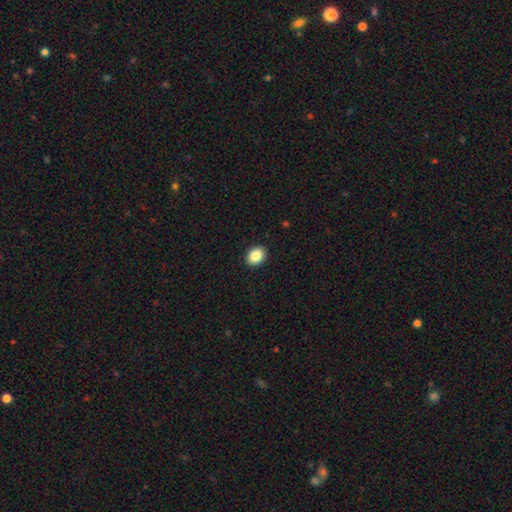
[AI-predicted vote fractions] Overall: smooth (86%). How rounded: in between (57%; round 42%). Merging: none (92%).